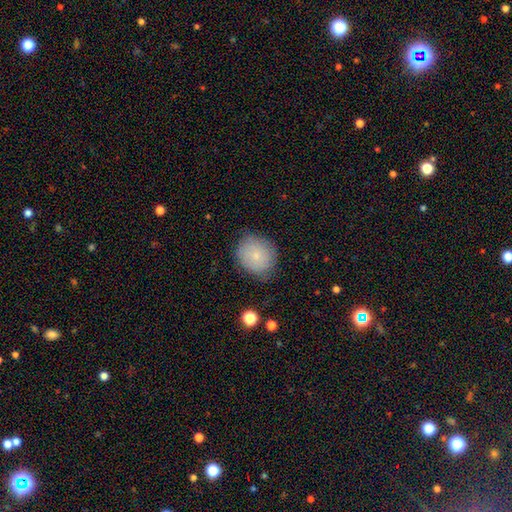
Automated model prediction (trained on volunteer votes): Smooth or featured: smooth — 77% (featured or disk — 15%)
How rounded: round — 76% (in between — 23%)
Merging: none — 74% (minor disturbance — 20%)